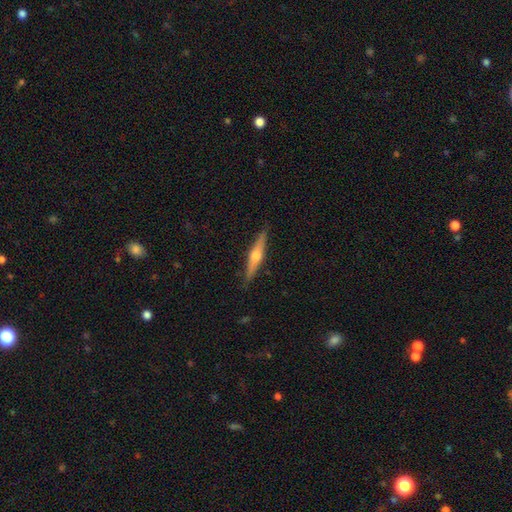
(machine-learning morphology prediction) This appears to be a featured or disk galaxy (68%) viewed edge-on (97%) with a rounded central bulge (91%). Merging: none (89%).